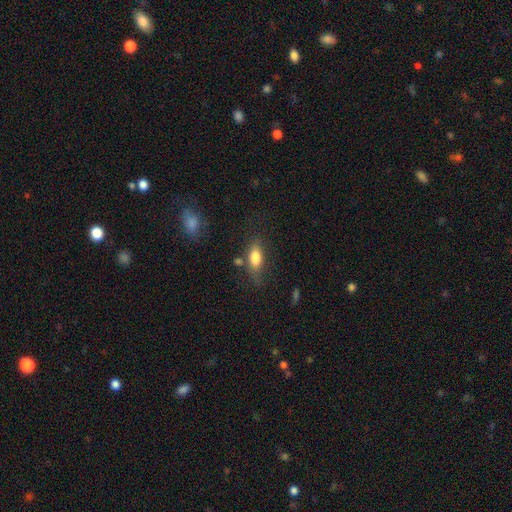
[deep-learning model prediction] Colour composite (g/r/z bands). It shows a smooth galaxy with no disk features (79%) that is in between round and cigar-shaped (80%). Merging: none (64%).